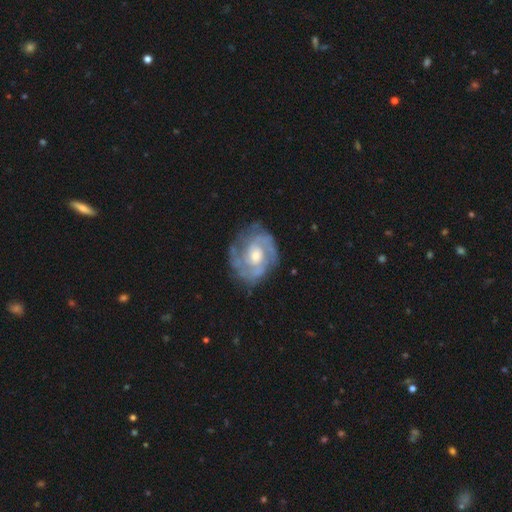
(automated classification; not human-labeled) Overall: featured or disk (86%). Edge-on disk: no (98%). Bar: no (55%; weak 37%). Spiral arms: yes (94%). Spiral arm count: 2 (53%; can't tell 20%). Spiral winding: tight (53%; medium 38%). Bulge size: moderate (61%; small 31%). Merging: none (72%).